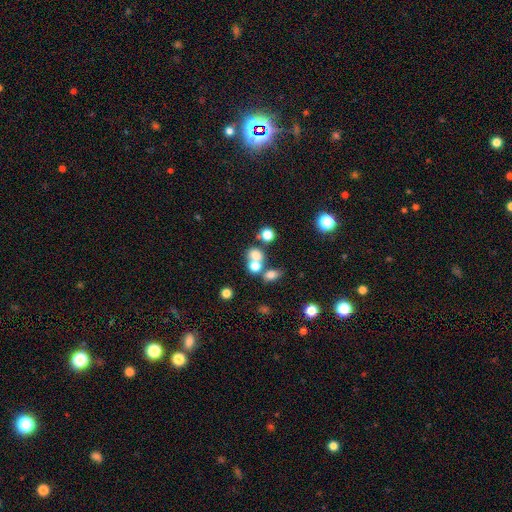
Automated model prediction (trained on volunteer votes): The model was most divided on "merging": merger: 48%, none: 39%, minor disturbance: 8%, major disturbance: 5%. More confident: smooth or featured — smooth (68%); how rounded — round (65%).